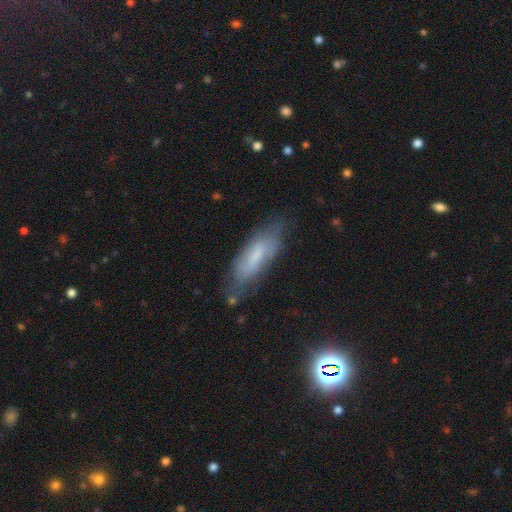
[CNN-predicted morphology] A smooth galaxy with no disk features (56%) that is in between round and cigar-shaped (50%).

Vote fractions:
- Smooth or featured? smooth: 56% / featured or disk: 34% / star or artifact: 10%
- How rounded? in between: 50% / cigar-shaped: 49% / round: 2%
- Merging? none: 69% / minor disturbance: 22% / major disturbance: 6% / merger: 3%